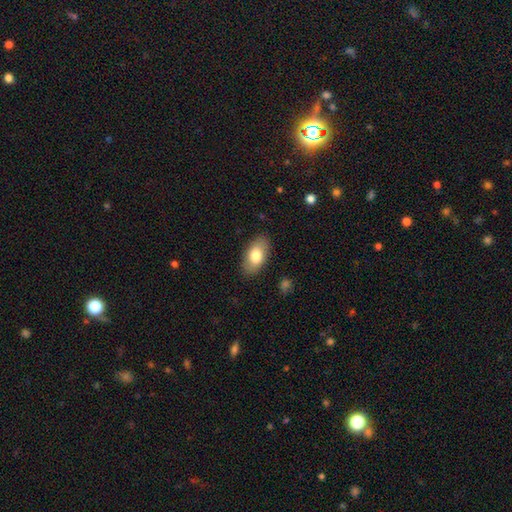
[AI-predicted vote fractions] Smooth or featured? smooth (79%)
How rounded? in between (93%)
Merging? none (86%)